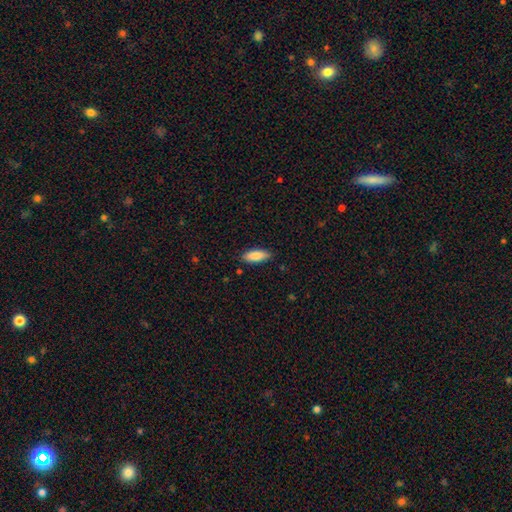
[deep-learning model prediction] Smooth or featured? smooth (87%)
How rounded? in between (69%)
Merging? none (86%)